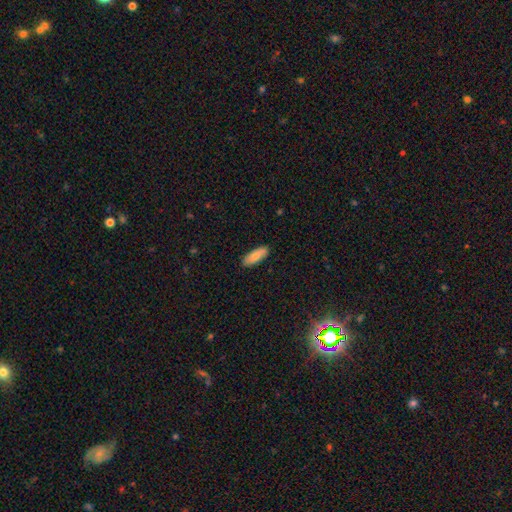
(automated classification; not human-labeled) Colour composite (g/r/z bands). It shows a smooth galaxy with no disk features (83%) that is in between round and cigar-shaped (64%). Merging: none (89%).